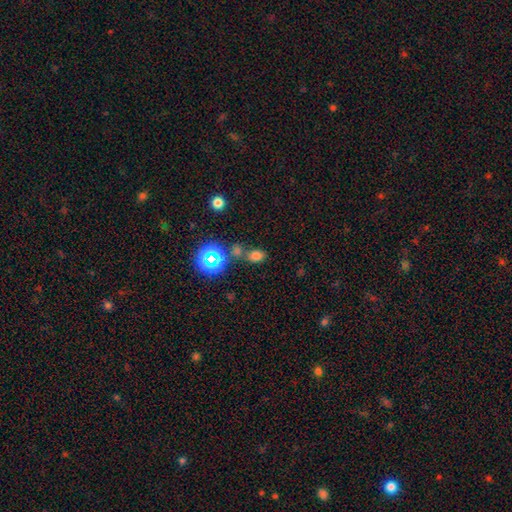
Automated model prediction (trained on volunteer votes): A smooth galaxy with no disk features (67%) that is in between round and cigar-shaped (68%). Merging: none (61%).